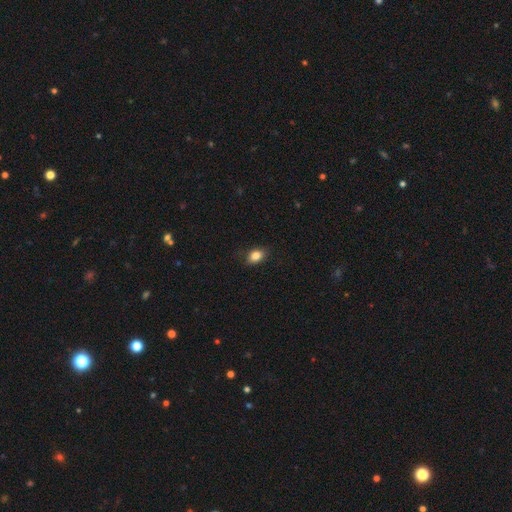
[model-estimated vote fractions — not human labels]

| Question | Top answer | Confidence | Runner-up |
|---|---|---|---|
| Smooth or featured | smooth | 84% | star or artifact (9%) |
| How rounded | in between | 77% | round (21%) |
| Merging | none | 83% | minor disturbance (13%) |